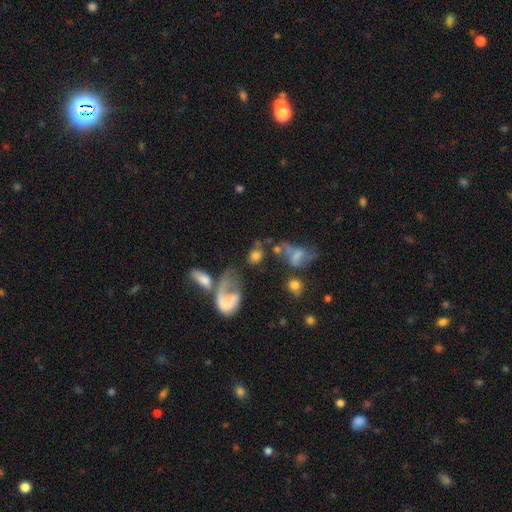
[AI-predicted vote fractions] Smooth or featured?
  - smooth: 67% *
  - featured or disk: 21%
  - star or artifact: 12%
How rounded?
  - in between: 57% *
  - round: 40%
  - cigar-shaped: 3%
Merging?
  - none: 37% *
  - merger: 30%
  - major disturbance: 20%
  - minor disturbance: 14%